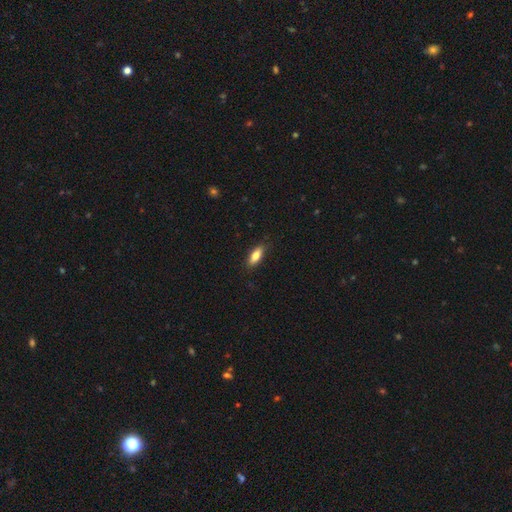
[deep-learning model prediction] This is likely a smooth galaxy (79%). How rounded: likely in between (69%). Merging: clearly none (86%).